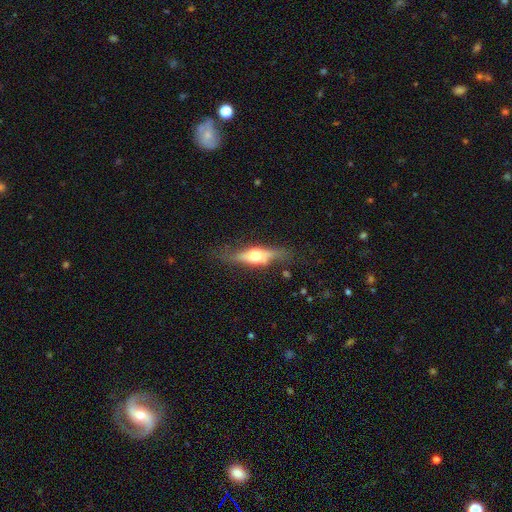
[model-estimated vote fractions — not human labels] Smooth or featured? Predicted: featured or disk (p=0.59). Edge-on disk? Predicted: yes (p=0.87). Edge-on bulge? Predicted: rounded (p=0.89). Merging? Predicted: none (p=0.67).